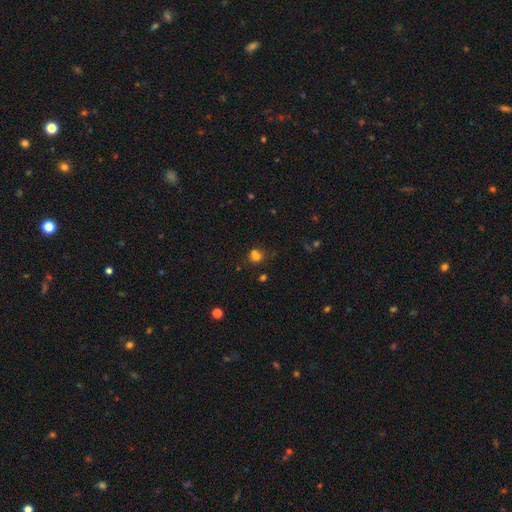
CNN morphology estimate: smooth-or-featured: smooth: 68% | star or artifact: 20% | featured or disk: 11%
  how-rounded: round: 70% | in between: 29% | cigar-shaped: 1%
  merging: none: 46% | merger: 33% | minor disturbance: 14% | major disturbance: 7%